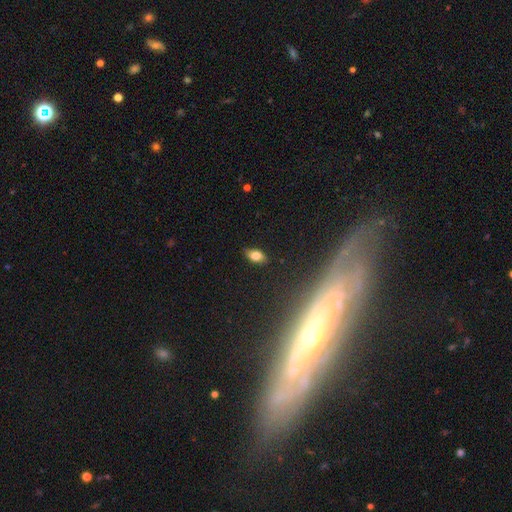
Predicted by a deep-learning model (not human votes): smooth-or-featured: smooth: 76% | featured or disk: 14% | star or artifact: 10%
  how-rounded: in between: 88% | round: 7% | cigar-shaped: 5%
  merging: none: 82% | minor disturbance: 14% | major disturbance: 3% | merger: 1%